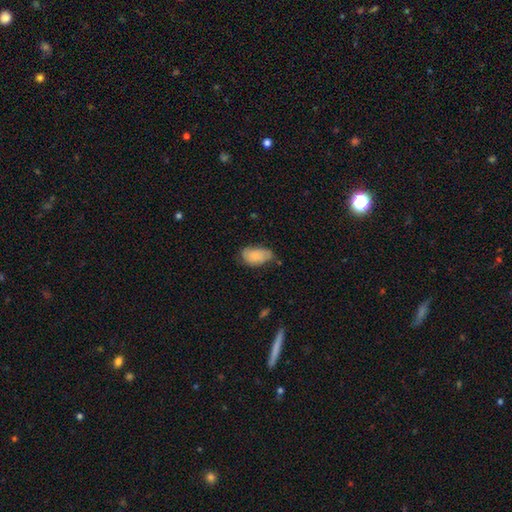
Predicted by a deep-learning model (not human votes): This is likely a smooth galaxy (79%). How rounded: clearly in between (92%). Merging: possibly none (49%).